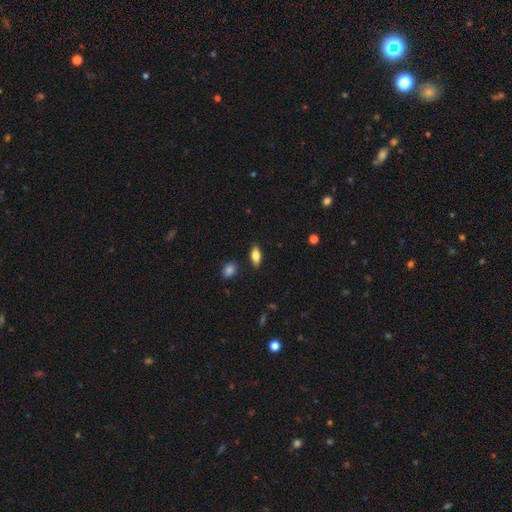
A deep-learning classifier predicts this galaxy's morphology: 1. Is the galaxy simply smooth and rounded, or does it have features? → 76% smooth, 17% featured or disk, 8% star or artifact.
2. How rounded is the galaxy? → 85% in between, 11% cigar-shaped, 4% round.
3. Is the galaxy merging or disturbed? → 85% none, 10% minor disturbance, 2% major disturbance, 2% merger.